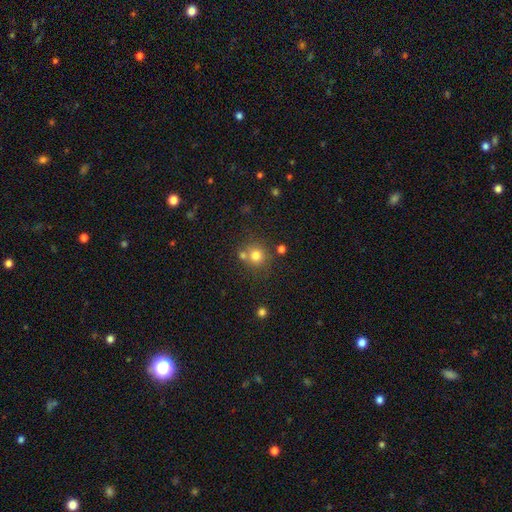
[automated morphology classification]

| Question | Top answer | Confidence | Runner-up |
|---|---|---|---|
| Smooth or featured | smooth | 77% | star or artifact (14%) |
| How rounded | round | 90% | in between (9%) |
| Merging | none | 66% | merger (21%) |